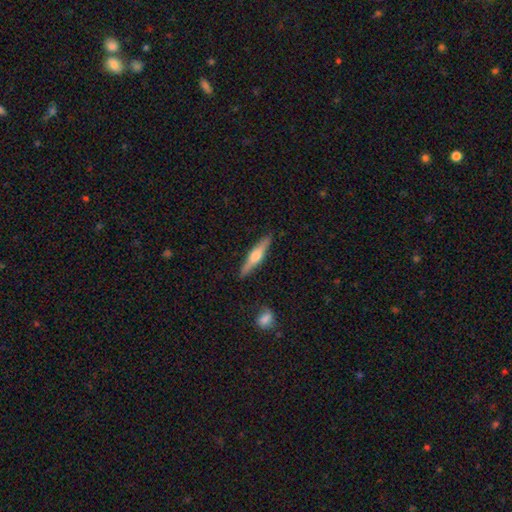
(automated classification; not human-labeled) A featured or disk galaxy (60%) viewed edge-on (97%) with a rounded central bulge (89%). Merging: none (89%).